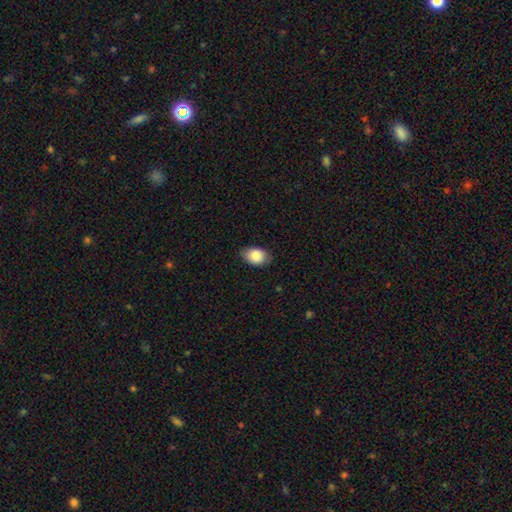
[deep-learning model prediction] Morphology: type=smooth (86%); roundness=in between (82%); merging=none (80%).